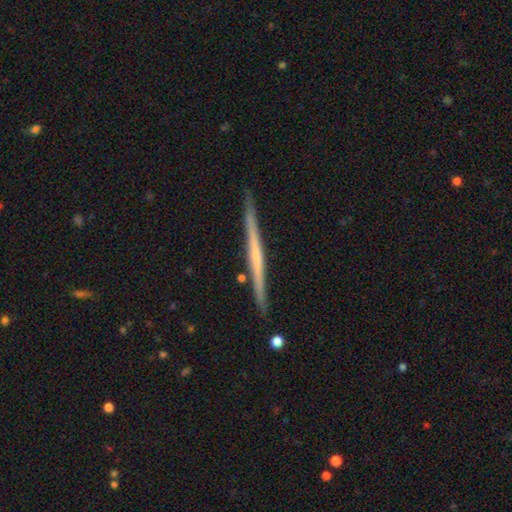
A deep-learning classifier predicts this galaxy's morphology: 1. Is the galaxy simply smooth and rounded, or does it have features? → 67% featured or disk, 28% smooth, 5% star or artifact.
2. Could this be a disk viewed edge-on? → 98% yes, 2% no.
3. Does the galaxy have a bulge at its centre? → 71% none, 22% rounded, 7% boxy.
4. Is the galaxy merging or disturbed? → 90% none, 7% minor disturbance, 2% merger, 1% major disturbance.